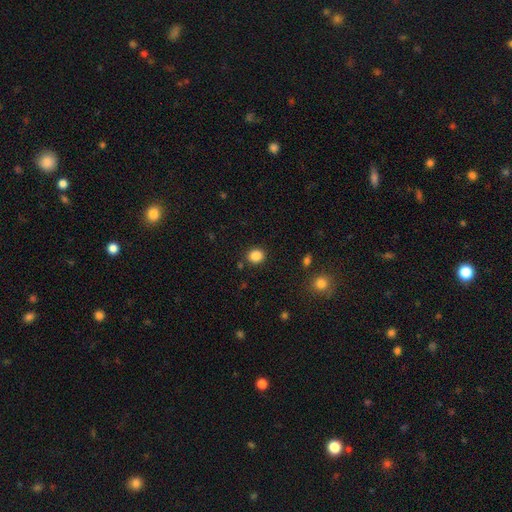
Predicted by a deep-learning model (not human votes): smooth-or-featured: smooth: 86% | star or artifact: 10% | featured or disk: 3%
  how-rounded: round: 72% | in between: 27% | cigar-shaped: 1%
  merging: none: 88% | minor disturbance: 7% | major disturbance: 3% | merger: 2%